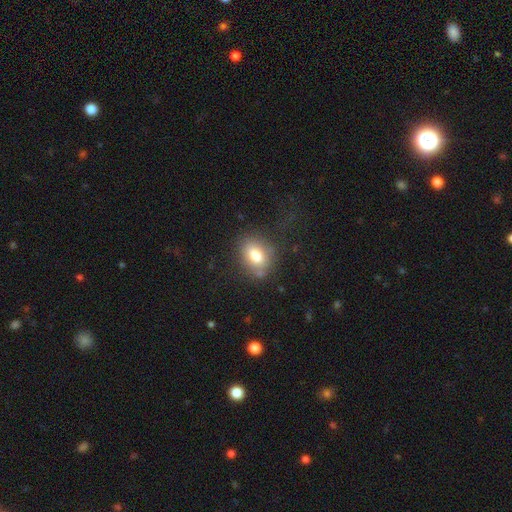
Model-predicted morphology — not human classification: Smooth or featured? Predicted: smooth (p=0.77). How rounded? Predicted: in between (p=0.68). Merging? Predicted: none (p=0.71).